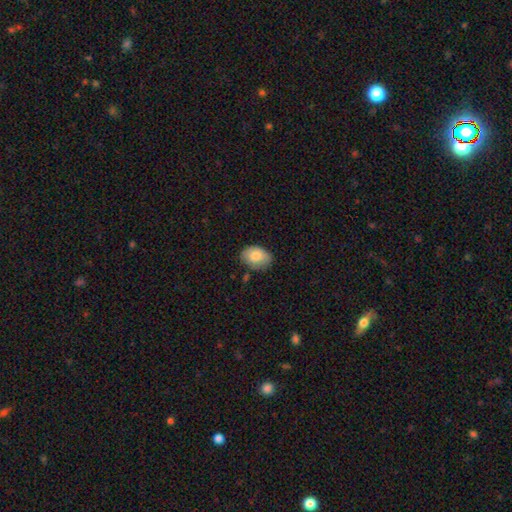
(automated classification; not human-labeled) A smooth galaxy with no disk features (82%) that is in between round and cigar-shaped (79%). Merging: none (71%).